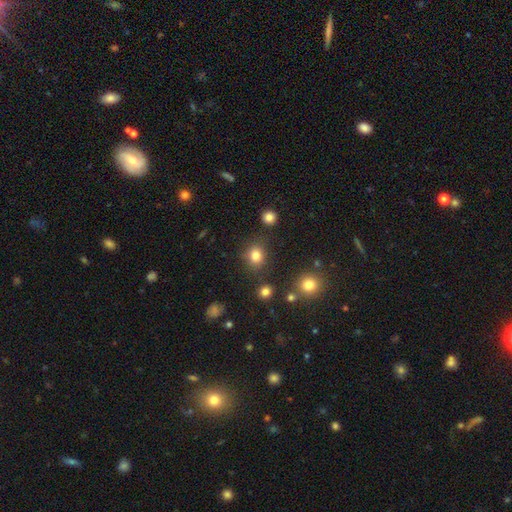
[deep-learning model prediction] Q: Smooth or featured?
A: smooth (81%); runner-up: star or artifact (13%)
Q: How rounded?
A: round (74%); runner-up: in between (25%)
Q: Merging?
A: none (84%); runner-up: minor disturbance (9%)